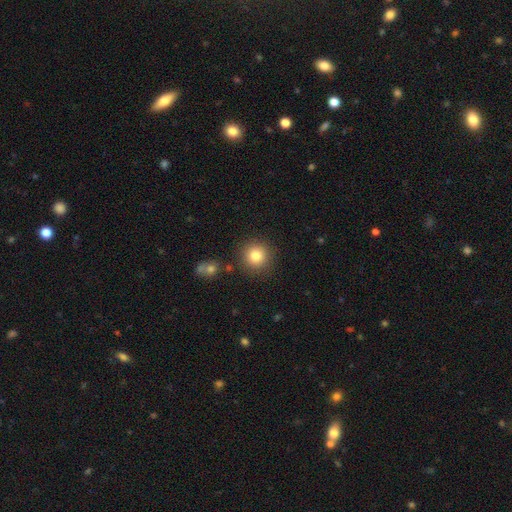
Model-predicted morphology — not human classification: This appears to be a smooth galaxy with no disk features (81%) that is round (93%). Merging: none (87%).